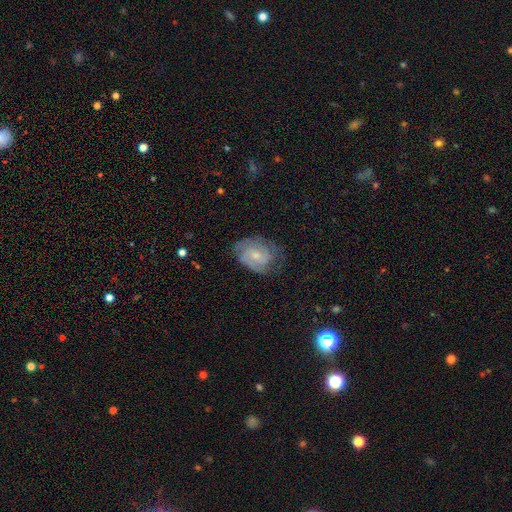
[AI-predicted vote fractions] Smooth or featured? Predicted: featured or disk (p=0.71). Edge-on disk? Predicted: no (p=0.97). Bar? Predicted: no (p=0.60). Spiral arms? Predicted: yes (p=0.91). Spiral winding? Predicted: tight (p=0.53). Spiral arm count? Predicted: 2 (p=0.47). Bulge size? Predicted: small (p=0.56). Merging? Predicted: none (p=0.63).